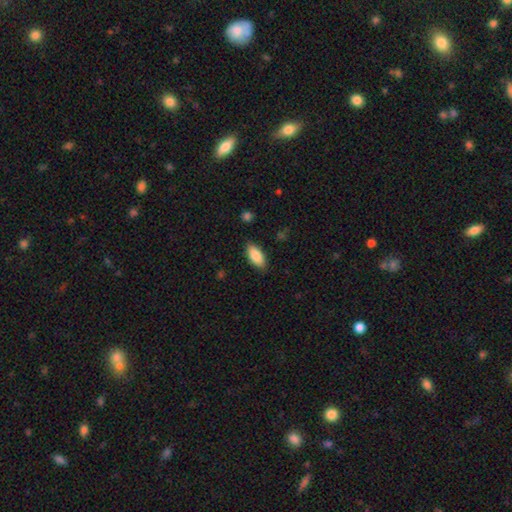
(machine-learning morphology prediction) Smooth or featured? Predicted: smooth (p=0.87). How rounded? Predicted: in between (p=0.88). Merging? Predicted: none (p=0.86).